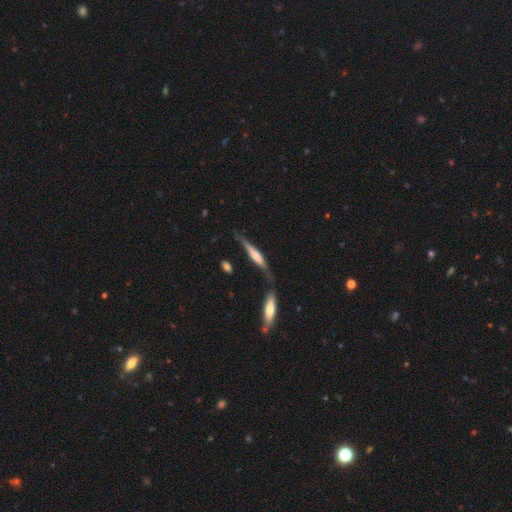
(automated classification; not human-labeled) This is possibly a featured or disk galaxy (56%). It is clearly viewed edge-on (95%). Edge-on bulge: possibly rounded (47%). Merging: possibly none (59%).